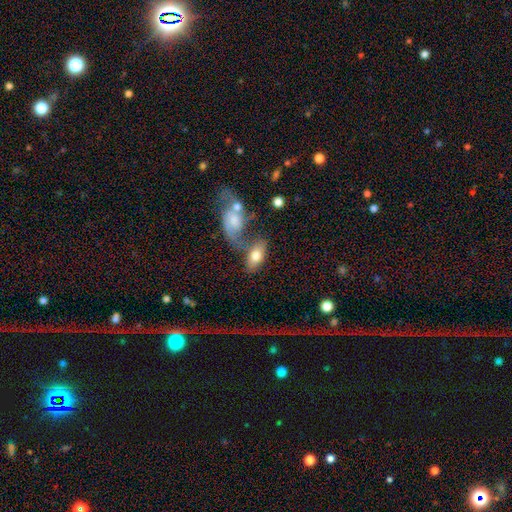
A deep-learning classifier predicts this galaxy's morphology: Smooth or featured?
  - smooth: 71% *
  - featured or disk: 22%
  - star or artifact: 7%
How rounded?
  - in between: 89% *
  - cigar-shaped: 5%
  - round: 5%
Merging?
  - none: 41% *
  - merger: 36%
  - minor disturbance: 14%
  - major disturbance: 9%